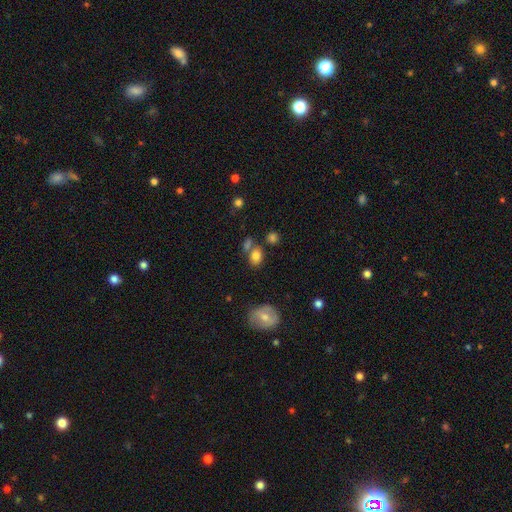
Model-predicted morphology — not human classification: Smooth or featured: smooth — 80% (star or artifact — 10%)
How rounded: in between — 69% (round — 30%)
Merging: none — 60% (merger — 21%)